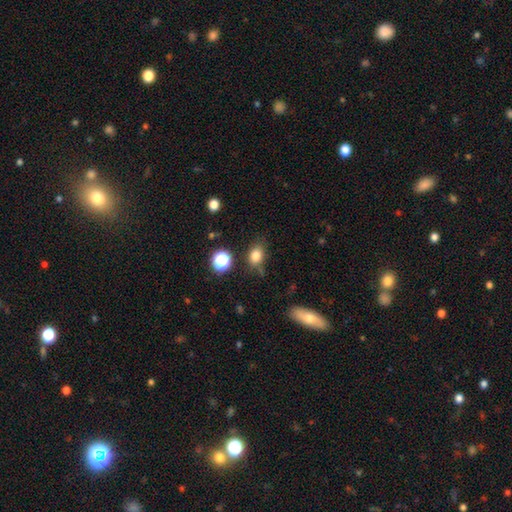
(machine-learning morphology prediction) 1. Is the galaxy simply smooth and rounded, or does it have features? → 80% smooth, 13% star or artifact, 7% featured or disk.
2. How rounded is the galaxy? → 67% in between, 31% round, 2% cigar-shaped.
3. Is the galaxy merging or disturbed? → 68% none, 21% minor disturbance, 6% major disturbance, 5% merger.